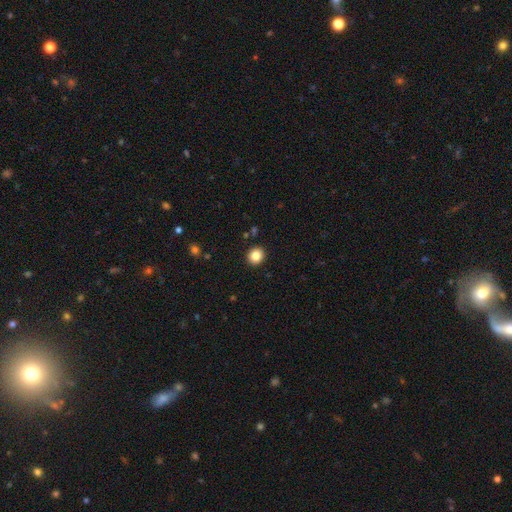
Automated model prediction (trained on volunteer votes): Smooth or featured? Predicted: smooth (p=0.85). How rounded? Predicted: round (p=0.85). Merging? Predicted: none (p=0.92).